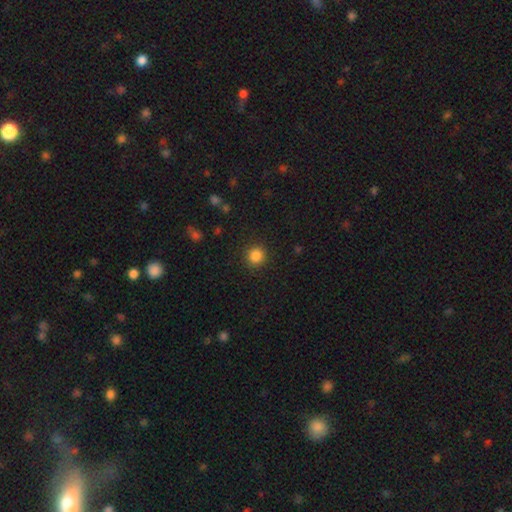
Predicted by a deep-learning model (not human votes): smooth 85%, star or artifact 11%, featured or disk 4%. Down the decision tree: how rounded — round (91%); merging — none (90%).